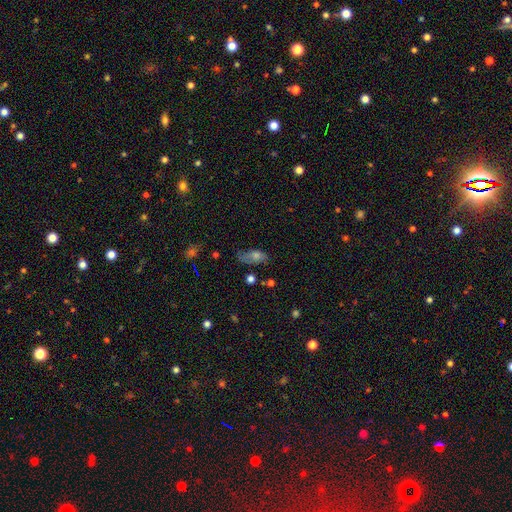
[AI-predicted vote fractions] This appears to be a smooth galaxy with no disk features (52%) that is in between round and cigar-shaped (79%). Merging: none (61%).